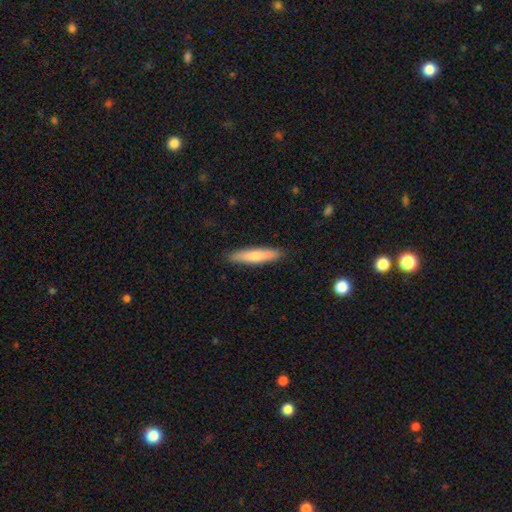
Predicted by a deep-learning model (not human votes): A smooth galaxy with no disk features (72%) that is cigar-shaped (86%). Merging: none (89%).